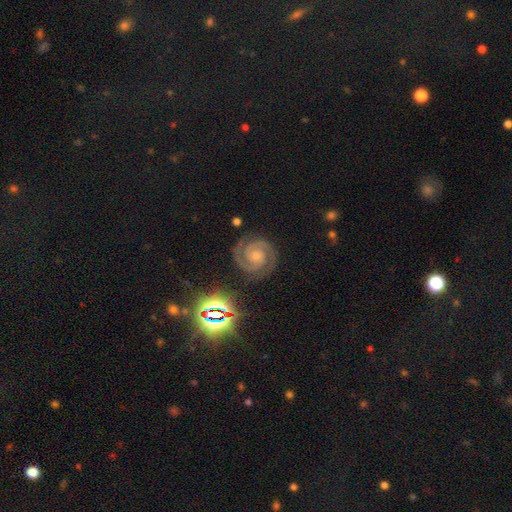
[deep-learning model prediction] A featured or disk galaxy (91%) with no bar (66%), 2 (92%) tight (72%) spiral arms (99%) and a small central bulge (61%). Merging: none (85%).